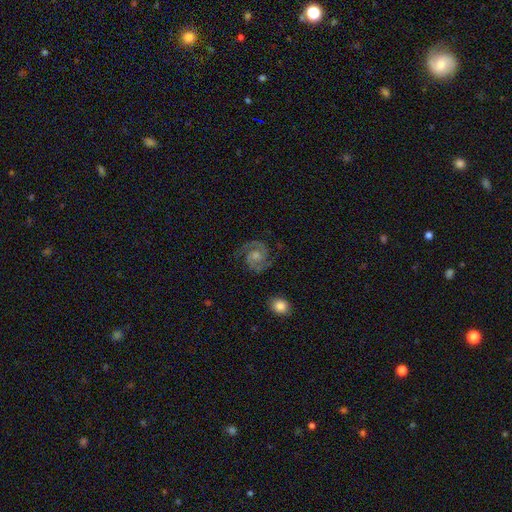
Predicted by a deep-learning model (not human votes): A featured or disk galaxy (87%) with no bar (63%), 2 (88%) tight (50%) spiral arms (98%) and a moderate central bulge (47%). Merging: none (83%).